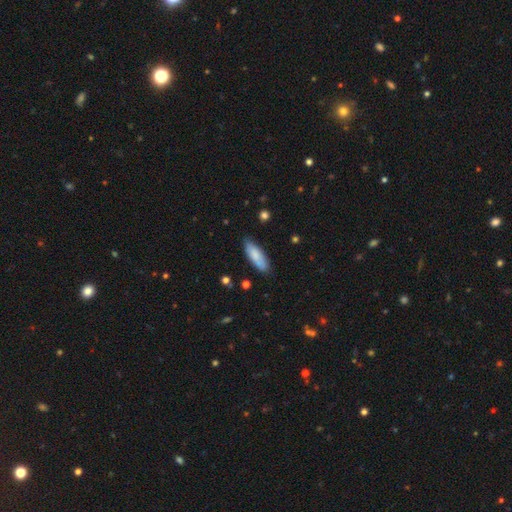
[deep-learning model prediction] Smooth or featured? Predicted: smooth (p=0.81). How rounded? Predicted: in between (p=0.61). Merging? Predicted: none (p=0.81).